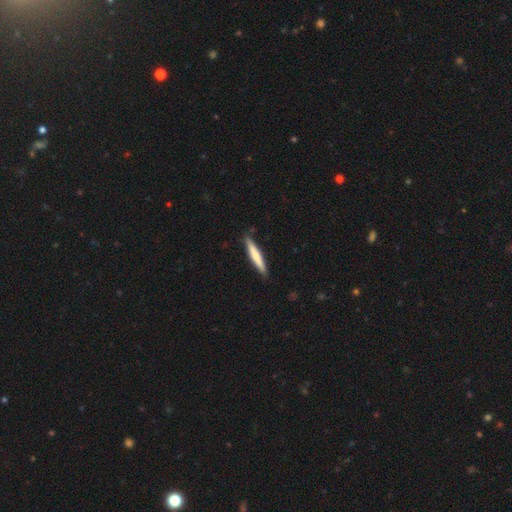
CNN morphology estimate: A smooth galaxy with no disk features (65%) that is cigar-shaped (94%). Merging: none (89%).